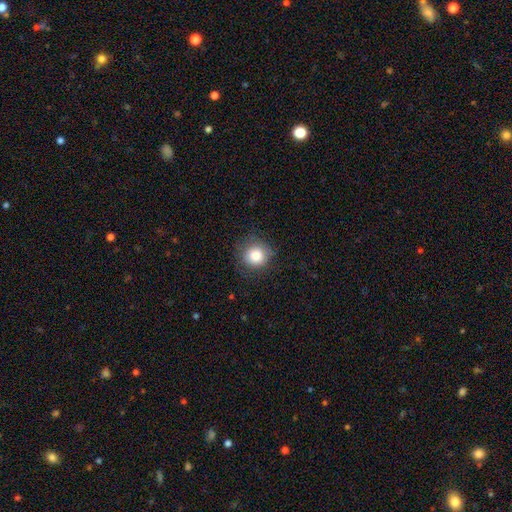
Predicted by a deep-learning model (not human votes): Q: Smooth or featured?
A: smooth (83%); runner-up: star or artifact (10%)
Q: How rounded?
A: round (90%); runner-up: in between (9%)
Q: Merging?
A: none (82%); runner-up: minor disturbance (13%)